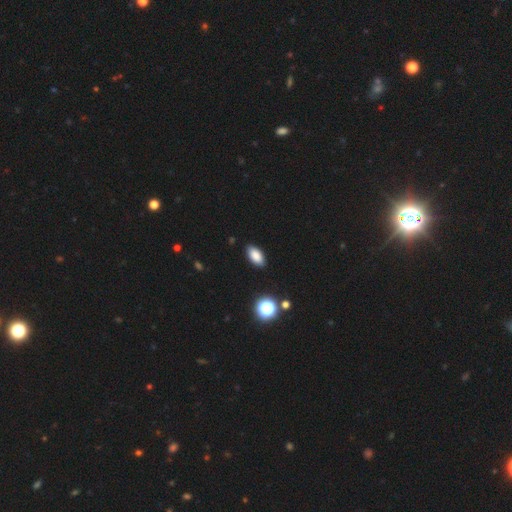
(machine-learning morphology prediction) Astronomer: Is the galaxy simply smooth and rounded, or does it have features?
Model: smooth — 85%.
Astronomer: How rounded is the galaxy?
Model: in between — 92%.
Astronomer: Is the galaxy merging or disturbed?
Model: none — 89%.